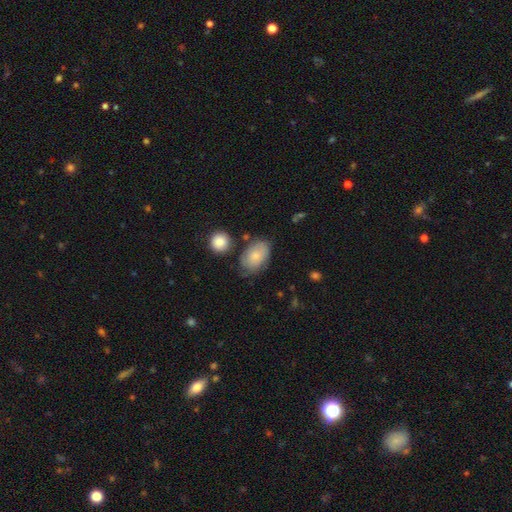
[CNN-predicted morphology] Smooth or featured? Predicted: smooth (p=0.75). How rounded? Predicted: in between (p=0.83). Merging? Predicted: none (p=0.63).